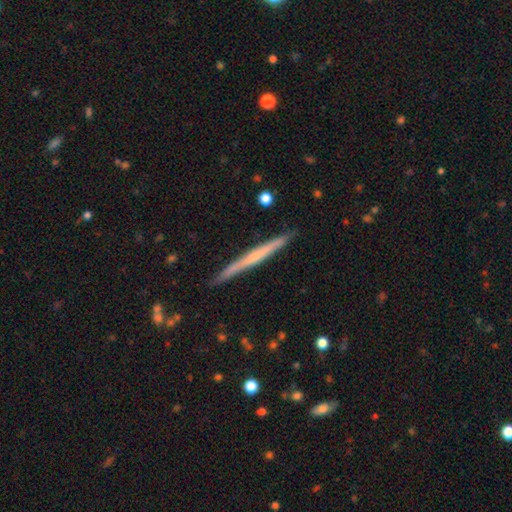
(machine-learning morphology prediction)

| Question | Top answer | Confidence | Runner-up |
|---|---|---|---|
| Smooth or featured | featured or disk | 54% | smooth (40%) |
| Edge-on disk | yes | 98% | no (2%) |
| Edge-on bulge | none | 71% | rounded (22%) |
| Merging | none | 90% | minor disturbance (7%) |